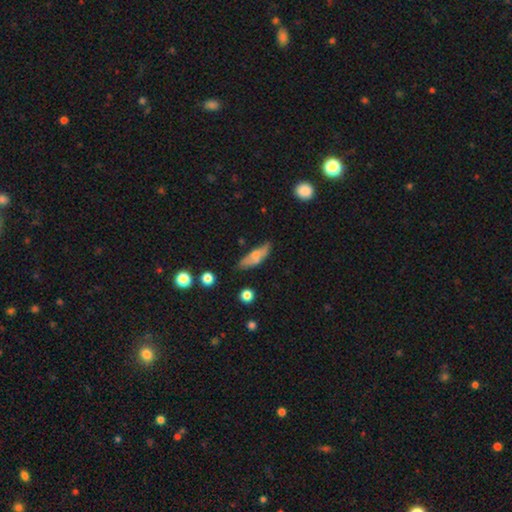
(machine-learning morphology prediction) The model was most divided on "merging": none: 51%, minor disturbance: 31%, major disturbance: 11%, merger: 7%. More confident: smooth or featured — smooth (59%); how rounded — in between (59%).